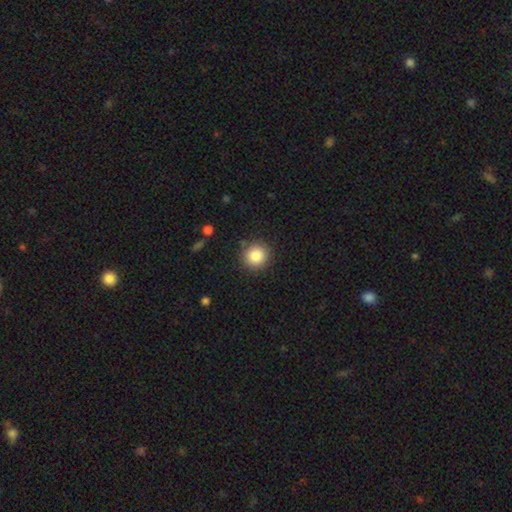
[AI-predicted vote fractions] A smooth galaxy with no disk features (85%) that is round (93%).

Vote fractions:
- Smooth or featured? smooth: 85% / star or artifact: 10% / featured or disk: 5%
- How rounded? round: 93% / in between: 6% / cigar-shaped: 1%
- Merging? none: 87% / minor disturbance: 8% / major disturbance: 3% / merger: 2%